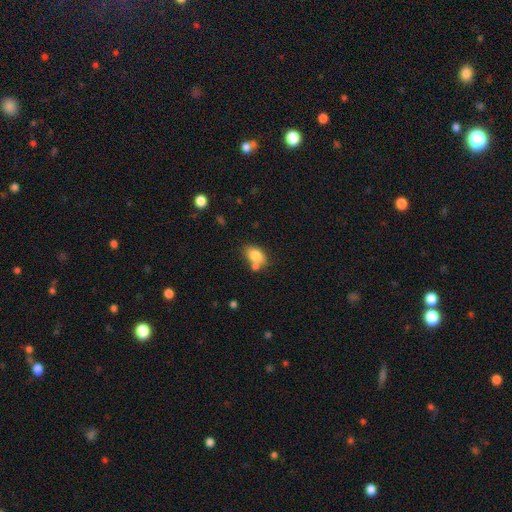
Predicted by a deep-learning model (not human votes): Smooth or featured: smooth — 81% (featured or disk — 11%)
How rounded: in between — 84% (round — 14%)
Merging: none — 54% (merger — 26%)